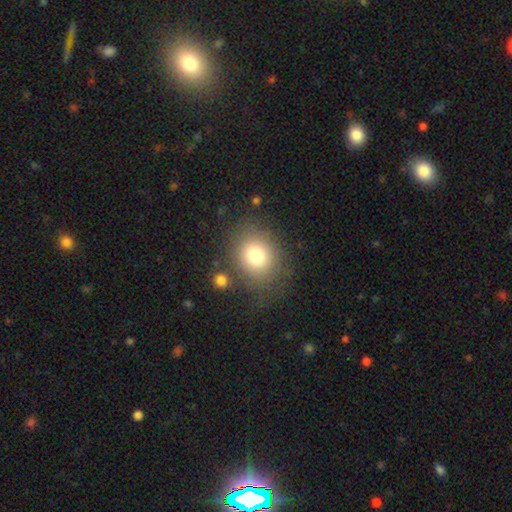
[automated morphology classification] smooth-or-featured: smooth: 76% | star or artifact: 12% | featured or disk: 12%
  how-rounded: round: 69% | in between: 30% | cigar-shaped: 1%
  merging: none: 75% | minor disturbance: 13% | major disturbance: 8% | merger: 5%